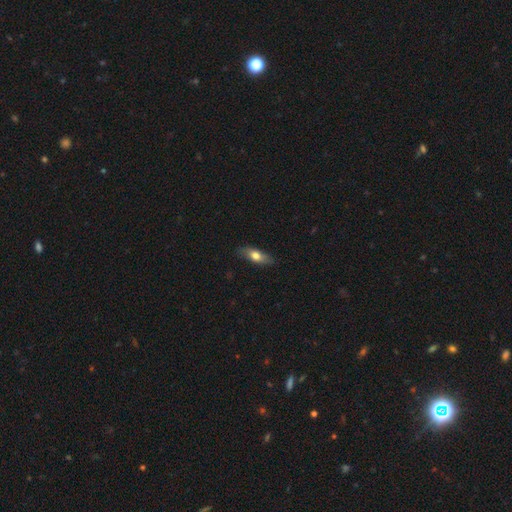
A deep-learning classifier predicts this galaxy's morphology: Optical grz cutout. It shows a smooth galaxy with no disk features (65%) that is in between round and cigar-shaped (61%). Merging: none (83%).